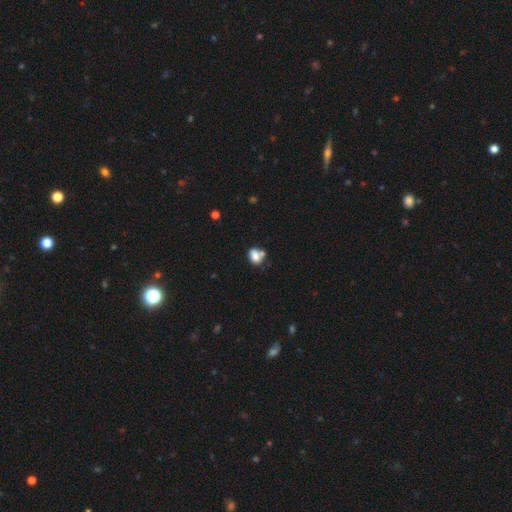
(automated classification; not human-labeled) Smooth or featured: smooth — 79% (featured or disk — 11%)
How rounded: in between — 67% (round — 32%)
Merging: none — 42% (merger — 34%)